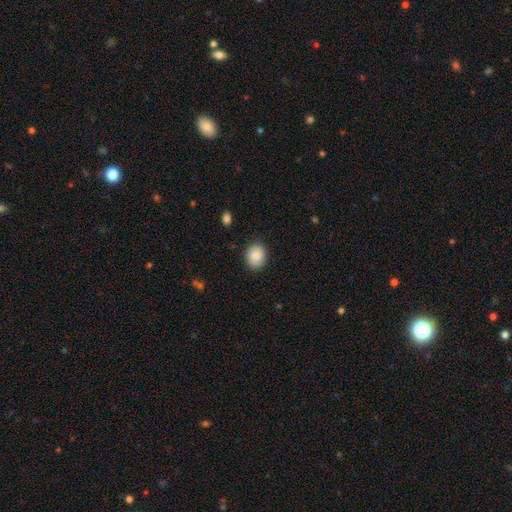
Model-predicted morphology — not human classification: smooth 87%, star or artifact 7%, featured or disk 6%. Down the decision tree: how rounded — in between (52%); merging — none (87%).